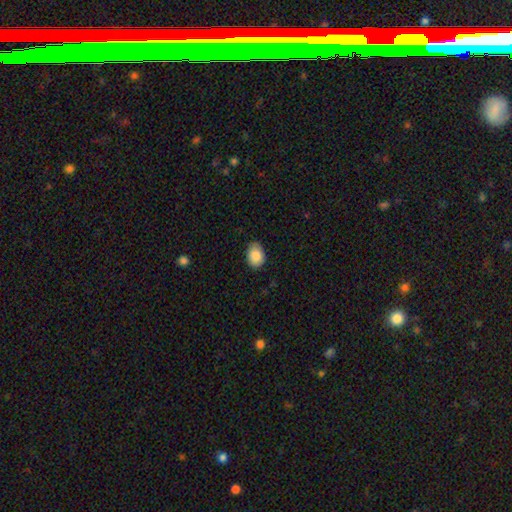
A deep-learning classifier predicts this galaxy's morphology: smooth 88%, star or artifact 7%, featured or disk 5%. Down the decision tree: how rounded — in between (75%); merging — none (81%).